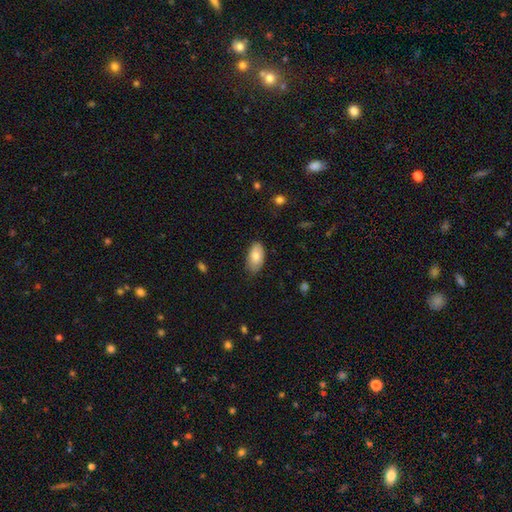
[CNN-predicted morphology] Smooth or featured? Predicted: smooth (p=0.77). How rounded? Predicted: in between (p=0.94). Merging? Predicted: none (p=0.76).